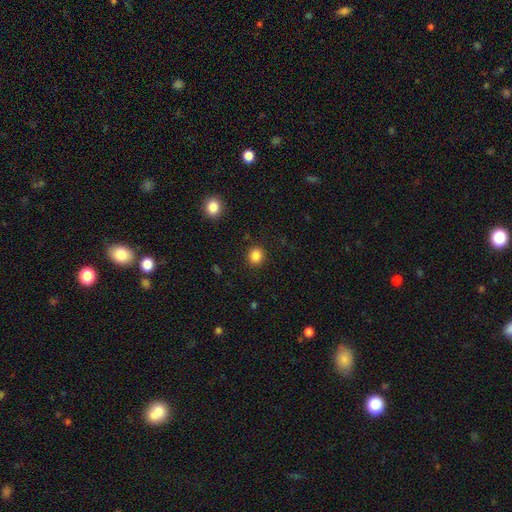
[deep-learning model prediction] smooth_or_featured: smooth (p=0.85) [alt: star or artifact p=0.11]
how_rounded: round (p=0.86) [alt: in between p=0.13]
merging: none (p=0.90) [alt: minor disturbance p=0.06]